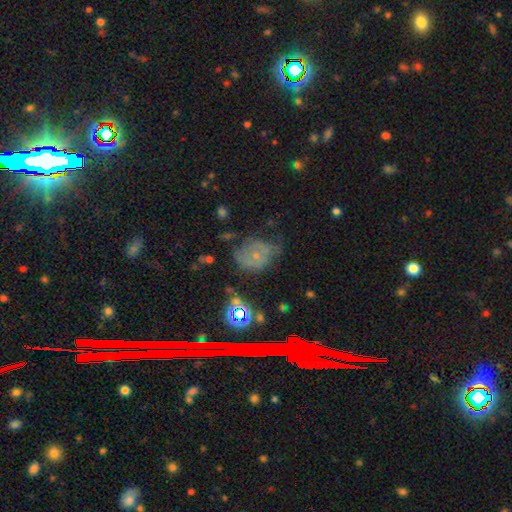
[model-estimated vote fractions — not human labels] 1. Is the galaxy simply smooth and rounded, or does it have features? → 37% featured or disk (tied), 37% smooth (tied), 27% star or artifact.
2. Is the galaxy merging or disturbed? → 54% none, 27% minor disturbance, 16% major disturbance, 3% merger.